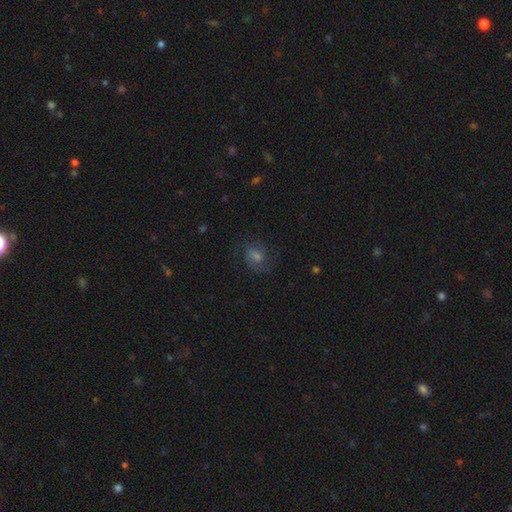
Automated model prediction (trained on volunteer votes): Smooth or featured? featured or disk (43%)
Merging? none (75%)